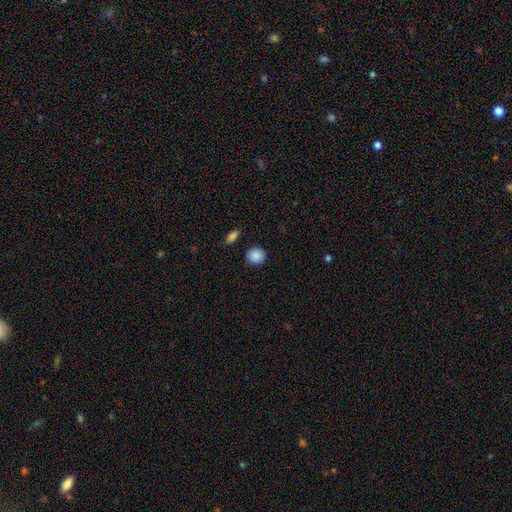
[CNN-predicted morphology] smooth_or_featured: smooth (p=0.89) [alt: star or artifact p=0.08]
how_rounded: round (p=0.84) [alt: in between p=0.15]
merging: none (p=0.88) [alt: minor disturbance p=0.08]